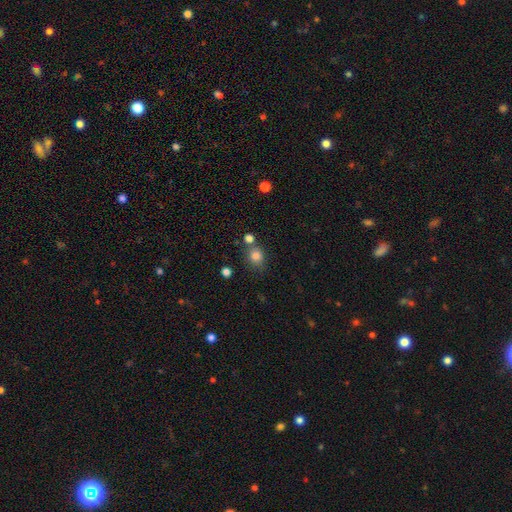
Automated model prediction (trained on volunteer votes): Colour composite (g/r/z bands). It shows a smooth galaxy with no disk features (81%) that is round (70%). Merging: none (64%).